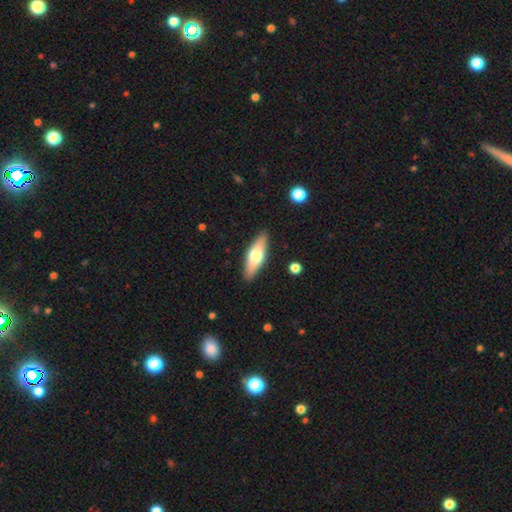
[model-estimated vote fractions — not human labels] Smooth or featured? smooth (57%)
How rounded? in between (53%)
Merging? none (89%)